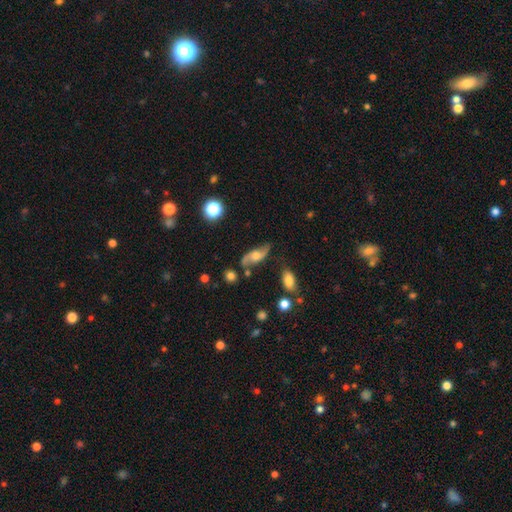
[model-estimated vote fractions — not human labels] Smooth or featured?
  - featured or disk: 70% *
  - smooth: 22%
  - star or artifact: 8%
Edge-on disk?
  - no: 87% *
  - yes: 13%
Bar?
  - no: 67% *
  - weak: 27%
  - strong: 6%
Spiral arms?
  - yes: 91% *
  - no: 9%
Spiral winding?
  - loose: 79% *
  - medium: 16%
  - tight: 5%
Spiral arm count?
  - 2: 91% *
  - can't tell: 4%
  - 1: 2%
  - 3: 1%
  - 4: 1%
  - more than 4: 1%
Bulge size?
  - moderate: 57% *
  - small: 19%
  - large: 16%
  - none: 5%
  - dominant: 2%
Merging?
  - none: 67% *
  - minor disturbance: 20%
  - major disturbance: 8%
  - merger: 5%